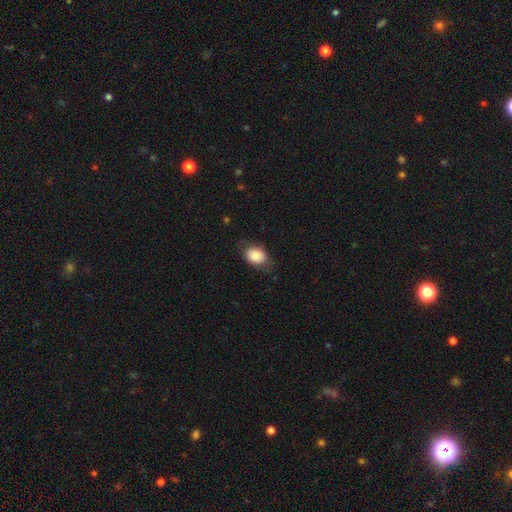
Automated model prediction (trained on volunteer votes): Smooth or featured: smooth — 81% (featured or disk — 12%)
How rounded: in between — 70% (round — 28%)
Merging: none — 71% (minor disturbance — 20%)